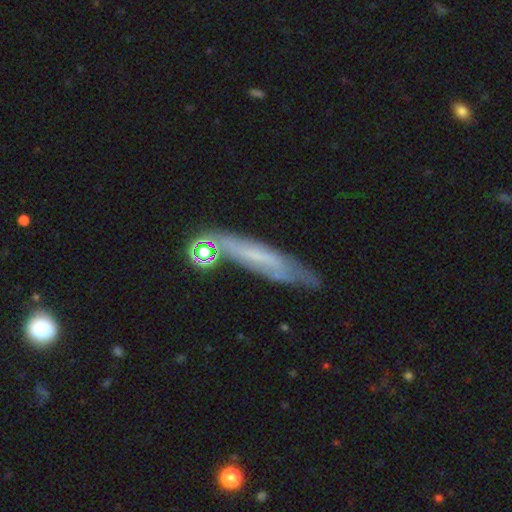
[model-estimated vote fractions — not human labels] Smooth or featured? Predicted: featured or disk (p=0.52). Edge-on disk? Predicted: yes (p=0.60). Merging? Predicted: none (p=0.64).